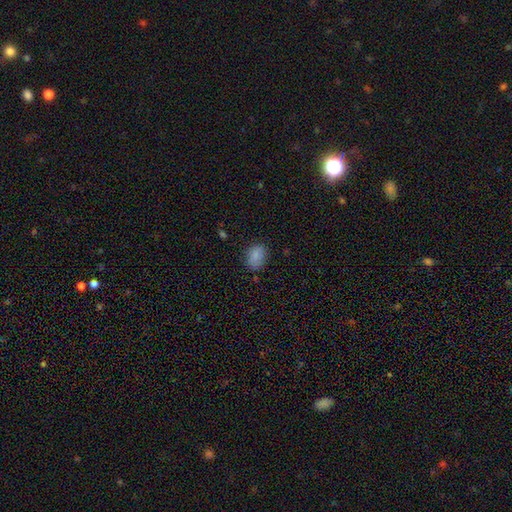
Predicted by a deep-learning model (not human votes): smooth-or-featured: smooth: 85% | star or artifact: 10% | featured or disk: 6%
  how-rounded: in between: 71% | round: 27% | cigar-shaped: 1%
  merging: none: 78% | minor disturbance: 17% | major disturbance: 4% | merger: 2%